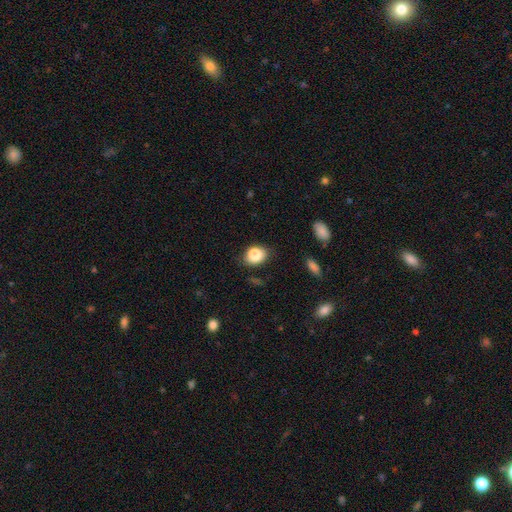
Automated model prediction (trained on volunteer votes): This is clearly a smooth galaxy (81%). How rounded: likely in between (67%). Merging: likely none (74%).